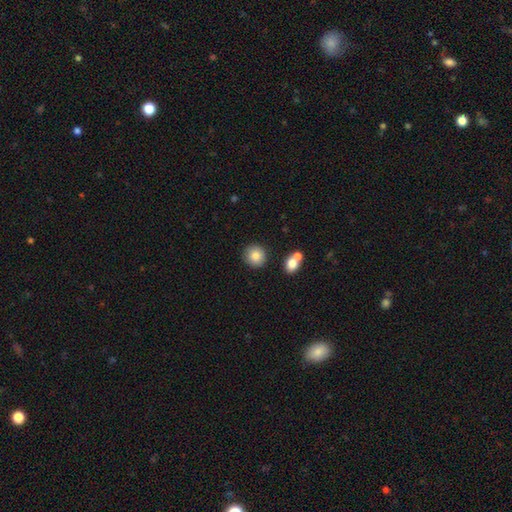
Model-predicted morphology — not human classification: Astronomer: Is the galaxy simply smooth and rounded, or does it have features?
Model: smooth — 85%.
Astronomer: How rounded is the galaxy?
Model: round — 90%.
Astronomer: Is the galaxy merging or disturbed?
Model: none — 85%.